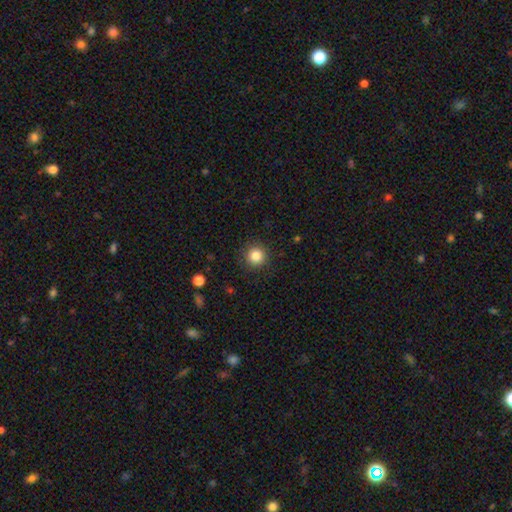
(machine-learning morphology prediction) Smooth or featured: smooth — 84% (star or artifact — 11%)
How rounded: round — 95% (in between — 4%)
Merging: none — 91% (minor disturbance — 6%)